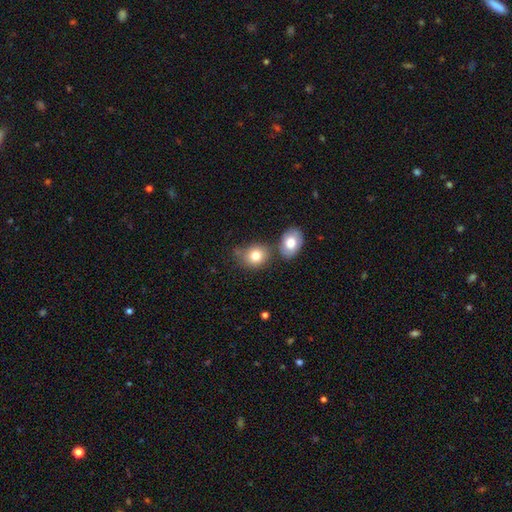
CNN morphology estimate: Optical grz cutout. It shows a smooth galaxy with no disk features (79%) that is round (58%). Merging: none (54%).